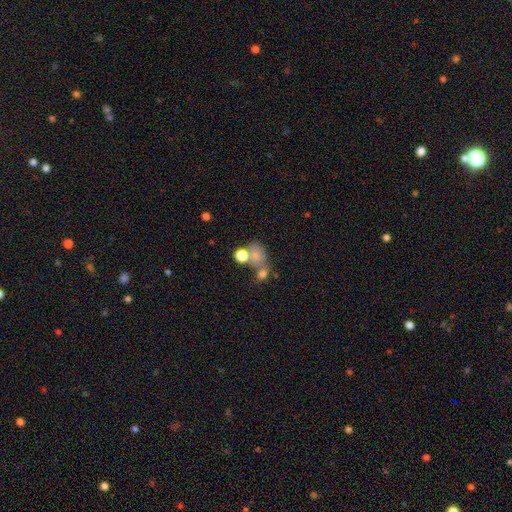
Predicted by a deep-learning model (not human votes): Smooth or featured: smooth — 69% (featured or disk — 17%)
How rounded: in between — 50% (round — 49%)
Merging: merger — 43% (none — 33%)